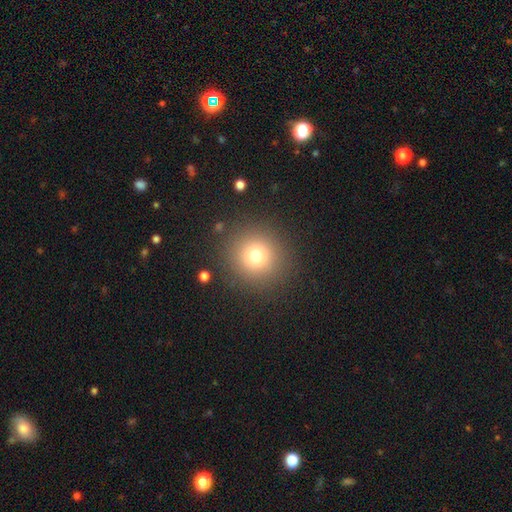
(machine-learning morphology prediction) type=smooth (74%); roundness=round (93%); merging=none (88%).